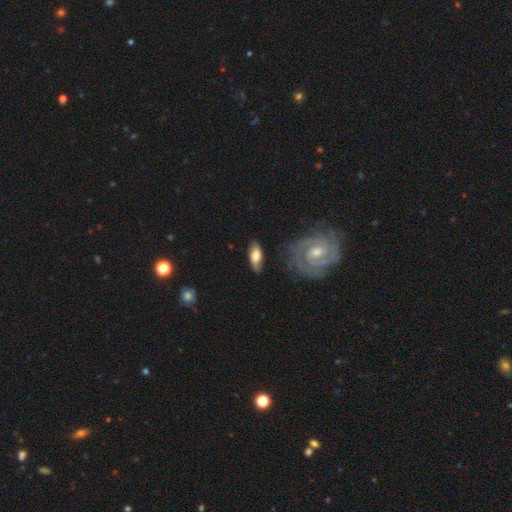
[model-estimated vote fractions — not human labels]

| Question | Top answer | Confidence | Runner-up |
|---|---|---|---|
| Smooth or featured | smooth | 57% | featured or disk (36%) |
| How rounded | in between | 74% | cigar-shaped (22%) |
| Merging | none | 73% | minor disturbance (18%) |